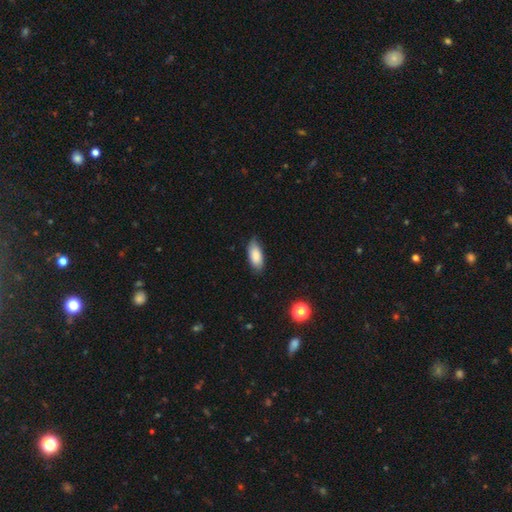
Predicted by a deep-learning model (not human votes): A smooth galaxy with no disk features (86%) that is in between round and cigar-shaped (88%).

Vote fractions:
- Smooth or featured? smooth: 86% / featured or disk: 8% / star or artifact: 7%
- How rounded? in between: 88% / cigar-shaped: 10% / round: 2%
- Merging? none: 78% / minor disturbance: 18% / major disturbance: 3% / merger: 1%